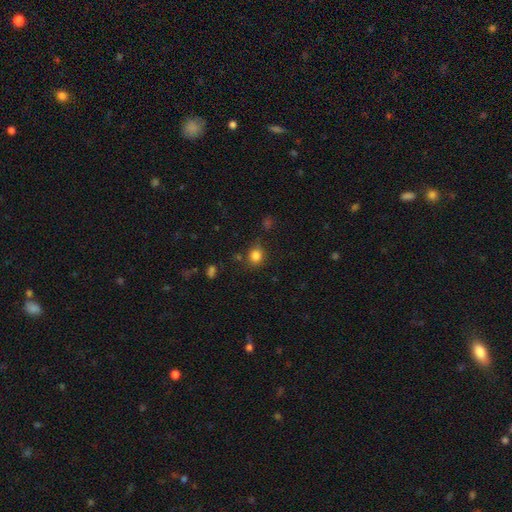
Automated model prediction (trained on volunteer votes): Q: Smooth or featured?
A: smooth (82%); runner-up: star or artifact (12%)
Q: How rounded?
A: round (72%); runner-up: in between (27%)
Q: Merging?
A: none (74%); runner-up: minor disturbance (17%)